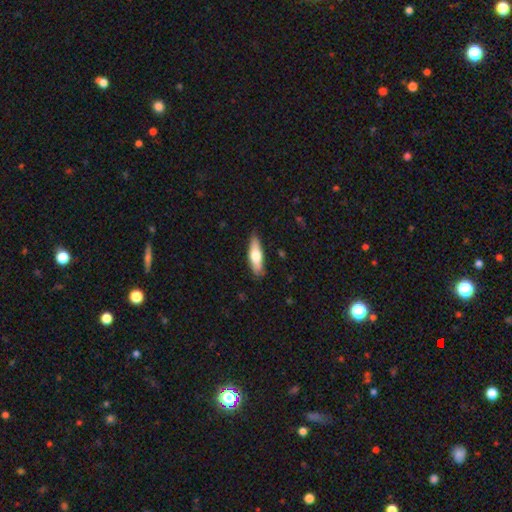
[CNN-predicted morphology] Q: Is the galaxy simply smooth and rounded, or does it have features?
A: smooth — 66%.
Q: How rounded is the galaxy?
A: cigar-shaped — 50%.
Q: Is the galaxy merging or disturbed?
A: none — 83%.